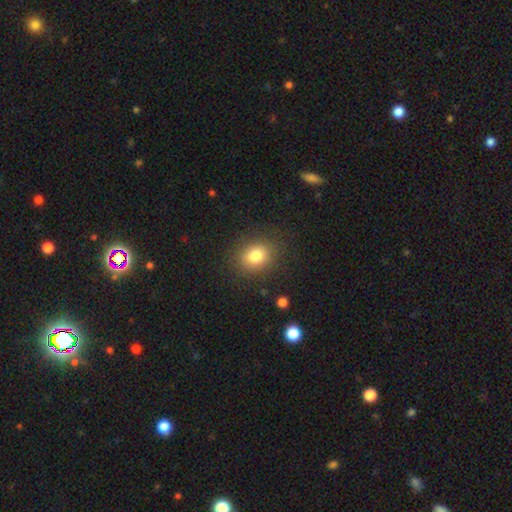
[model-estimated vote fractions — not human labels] smooth 80%, star or artifact 11%, featured or disk 8%. Down the decision tree: how rounded — round (56%); merging — none (84%).